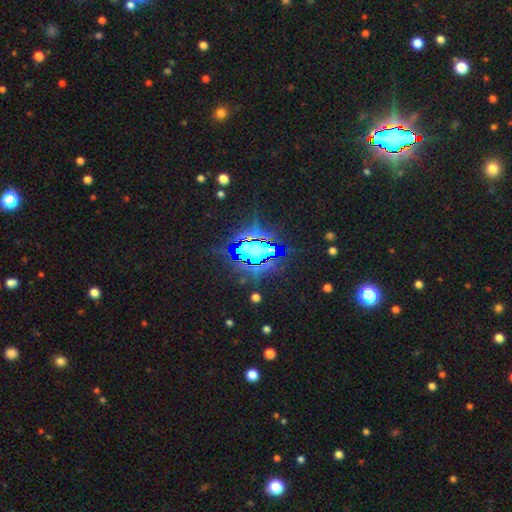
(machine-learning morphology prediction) This is clearly a star or artifact rather than a galaxy (83%).